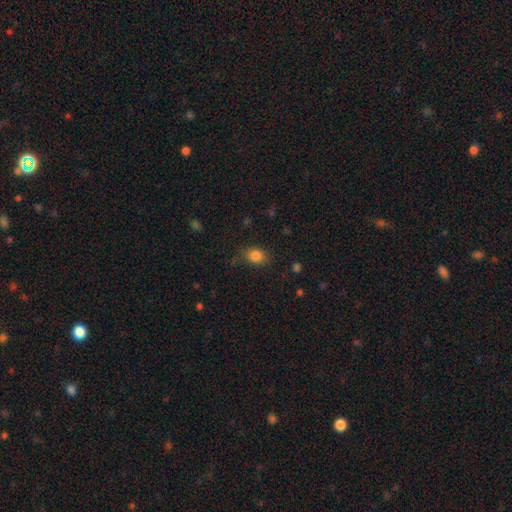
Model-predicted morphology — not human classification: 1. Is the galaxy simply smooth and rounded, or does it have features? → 83% smooth, 11% star or artifact, 6% featured or disk.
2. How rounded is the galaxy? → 57% in between, 42% round, 1% cigar-shaped.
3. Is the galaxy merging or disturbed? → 75% none, 18% minor disturbance, 6% major disturbance, 1% merger.